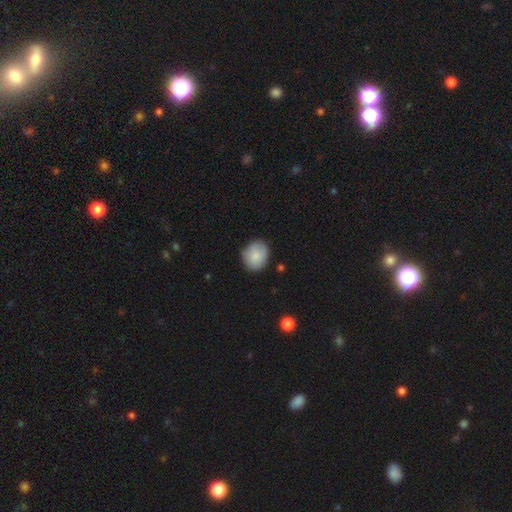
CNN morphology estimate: Overall: smooth (83%). How rounded: round (66%; in between 33%). Merging: none (76%).